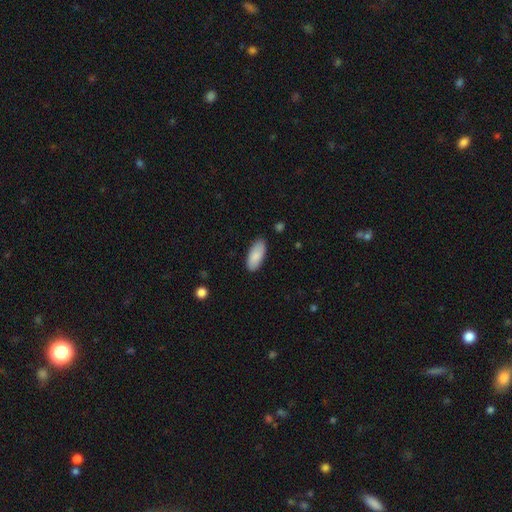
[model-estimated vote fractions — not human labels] The model was most divided on "merging": none: 85%, minor disturbance: 11%, major disturbance: 2%, merger: 1%. More confident: how rounded — in between (87%); smooth or featured — smooth (86%).